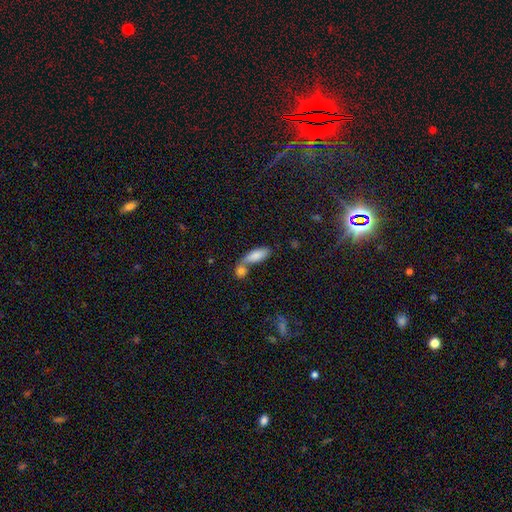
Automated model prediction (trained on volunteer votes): Smooth or featured?
  - smooth: 82% *
  - featured or disk: 11%
  - star or artifact: 7%
How rounded?
  - in between: 75% *
  - cigar-shaped: 22%
  - round: 3%
Merging?
  - merger: 54% *
  - none: 32%
  - minor disturbance: 9%
  - major disturbance: 5%